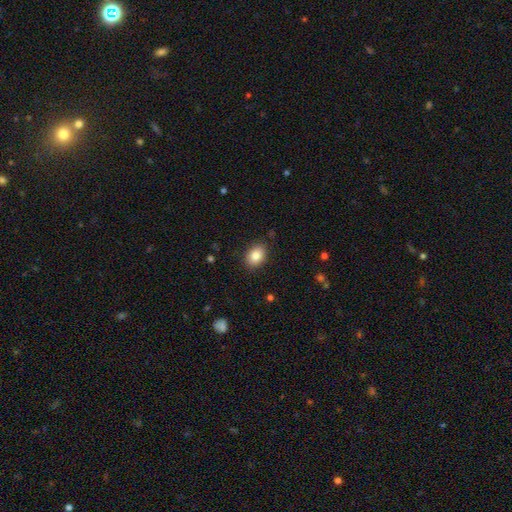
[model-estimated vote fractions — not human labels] Smooth or featured? smooth (85%)
How rounded? in between (75%)
Merging? none (87%)